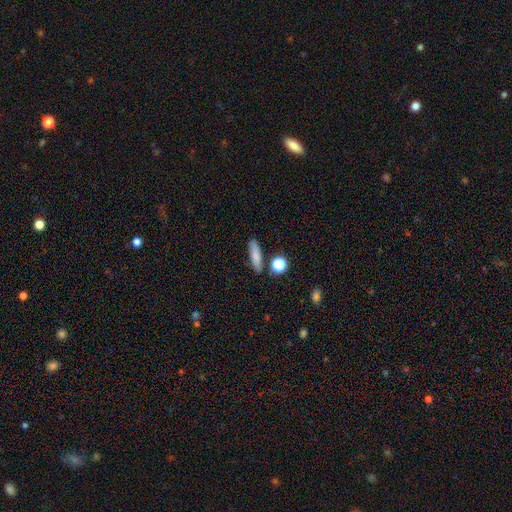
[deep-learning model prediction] This is likely a smooth galaxy (80%). How rounded: likely cigar-shaped (62%). Merging: clearly none (82%).